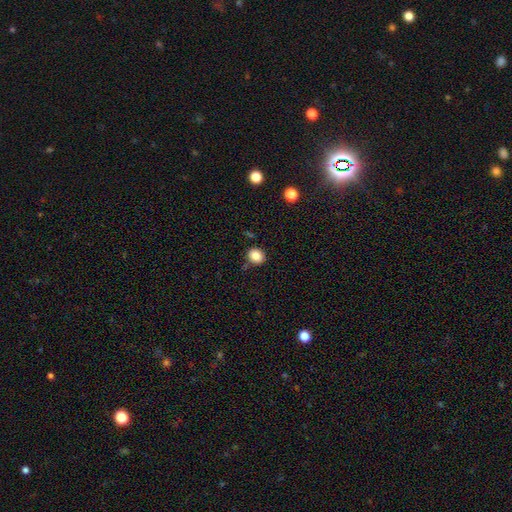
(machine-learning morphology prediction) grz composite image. It shows a smooth galaxy with no disk features (85%) that is round (74%). Merging: none (79%).